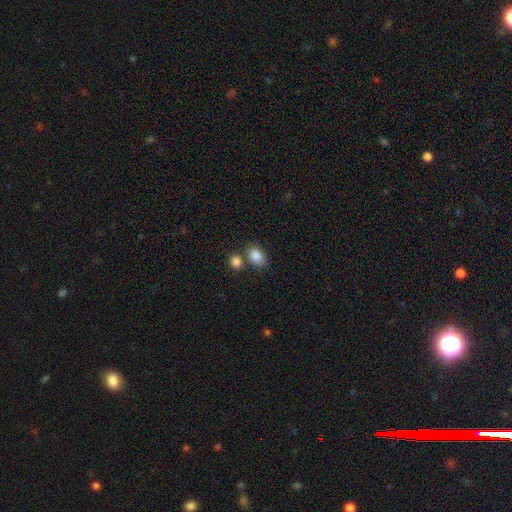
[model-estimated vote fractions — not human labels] smooth_or_featured: smooth (p=0.86) [alt: star or artifact p=0.09]
how_rounded: in between (p=0.74) [alt: round p=0.25]
merging: none (p=0.61) [alt: merger p=0.23]